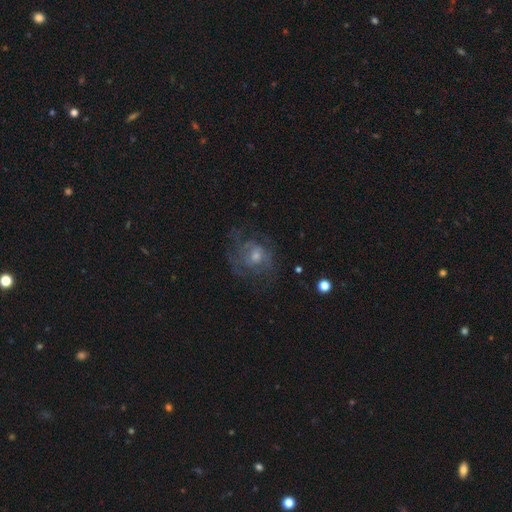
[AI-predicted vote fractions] Morphology: type=featured or disk (64%); edge-on=no (97%); bar=no (71%); spiral arms=yes (69%); bulge=moderate (45%, tied with small); merging=none (62%).